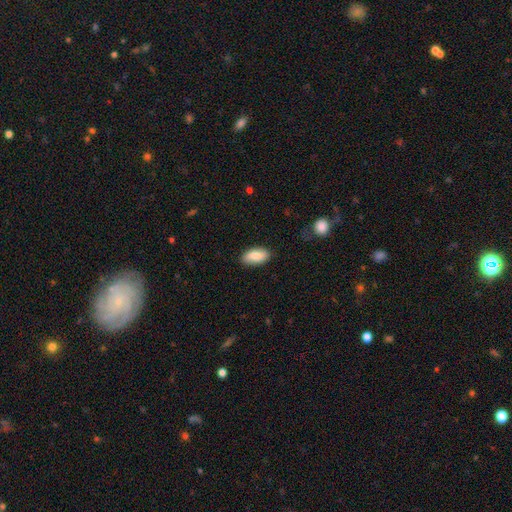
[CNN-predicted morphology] Smooth or featured? Predicted: smooth (p=0.82). How rounded? Predicted: in between (p=0.91). Merging? Predicted: none (p=0.84).